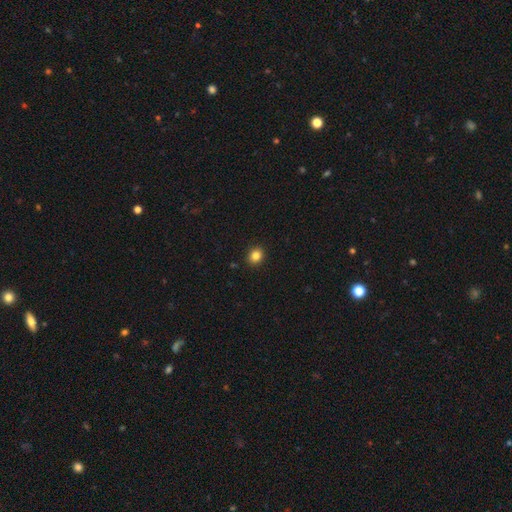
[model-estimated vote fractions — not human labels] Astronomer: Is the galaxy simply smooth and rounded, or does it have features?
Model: smooth — 84%.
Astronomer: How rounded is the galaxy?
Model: round — 71%.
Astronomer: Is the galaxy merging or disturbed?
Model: none — 92%.